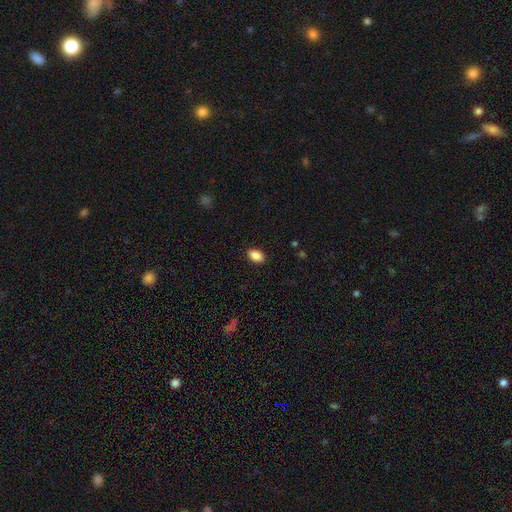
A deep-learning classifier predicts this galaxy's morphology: Smooth or featured? Predicted: smooth (p=0.88). How rounded? Predicted: in between (p=0.88). Merging? Predicted: none (p=0.87).